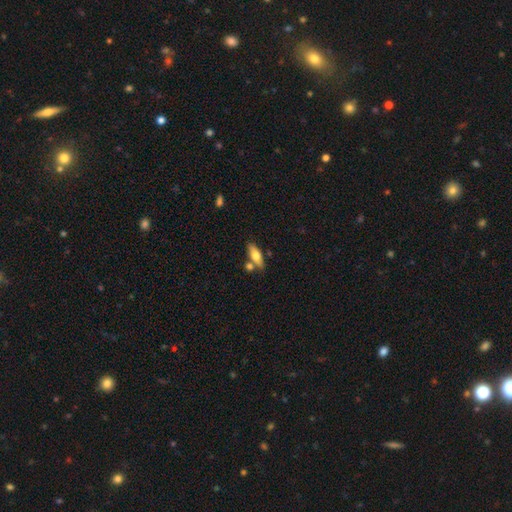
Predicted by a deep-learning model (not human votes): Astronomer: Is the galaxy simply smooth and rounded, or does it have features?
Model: smooth — 64%.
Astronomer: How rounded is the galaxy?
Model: in between — 63%.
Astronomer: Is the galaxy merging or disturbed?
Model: none — 65%.